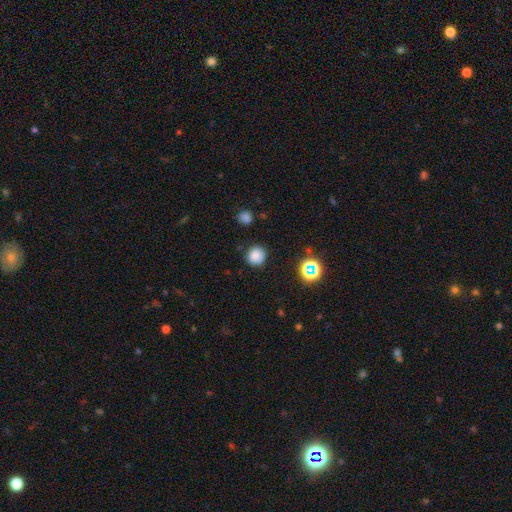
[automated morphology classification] Smooth or featured? smooth (82%)
How rounded? round (90%)
Merging? none (85%)